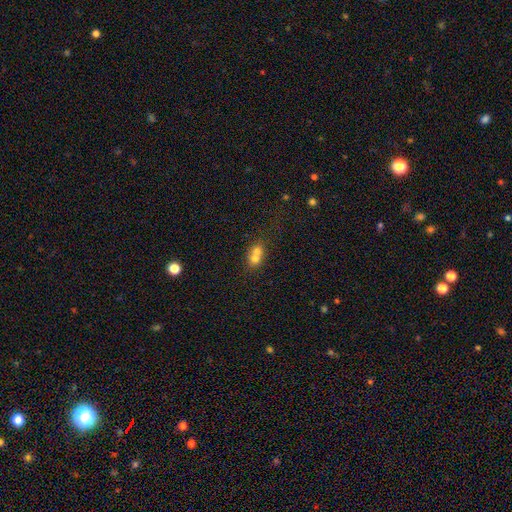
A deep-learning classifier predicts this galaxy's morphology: A smooth galaxy with no disk features (68%) that is round (69%). Merging: merger (69%).